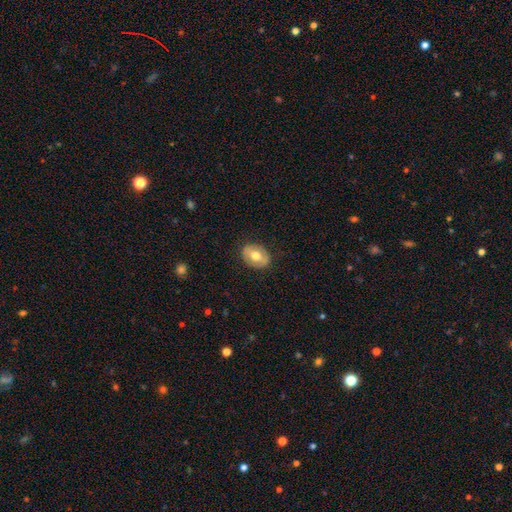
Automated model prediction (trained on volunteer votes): This appears to be a smooth galaxy with no disk features (60%) that is in between round and cigar-shaped (68%). Merging: none (84%).